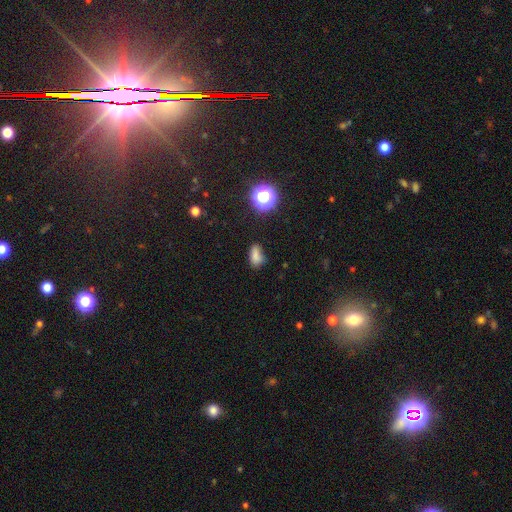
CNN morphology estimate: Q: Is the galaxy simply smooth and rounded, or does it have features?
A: smooth — 77%.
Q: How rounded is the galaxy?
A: in between — 83%.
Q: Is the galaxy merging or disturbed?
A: none — 60%.